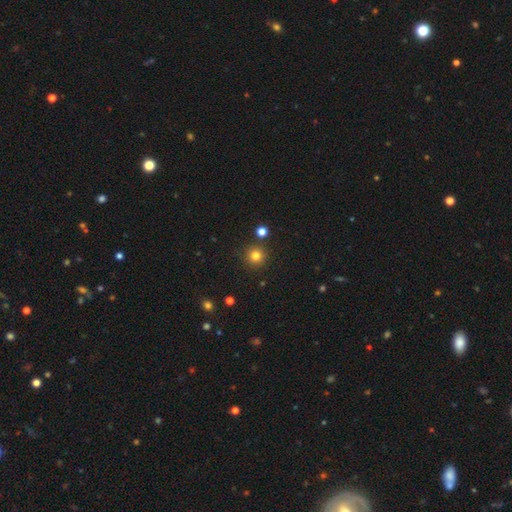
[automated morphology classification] Overall: smooth (80%). How rounded: round (95%). Merging: none (88%).